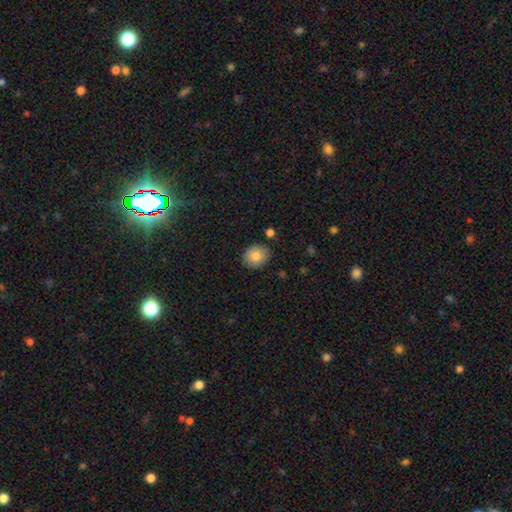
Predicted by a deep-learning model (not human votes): Smooth or featured: smooth — 84% (star or artifact — 8%)
How rounded: round — 64% (in between — 35%)
Merging: none — 85% (minor disturbance — 10%)